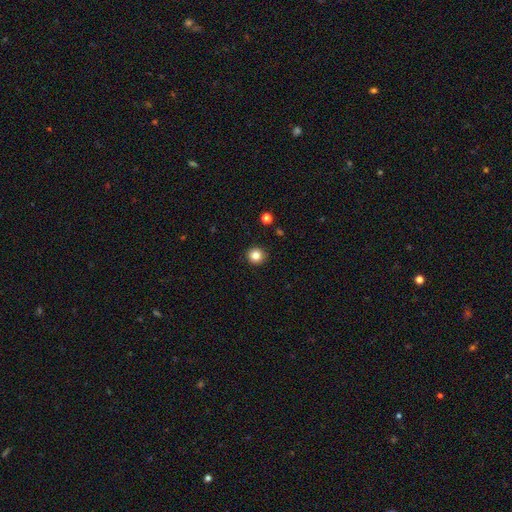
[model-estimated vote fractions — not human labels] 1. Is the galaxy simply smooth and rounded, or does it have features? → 83% smooth, 11% star or artifact, 6% featured or disk.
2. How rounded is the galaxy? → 94% round, 5% in between, 1% cigar-shaped.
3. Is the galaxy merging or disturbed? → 92% none, 5% minor disturbance, 2% major disturbance, 1% merger.